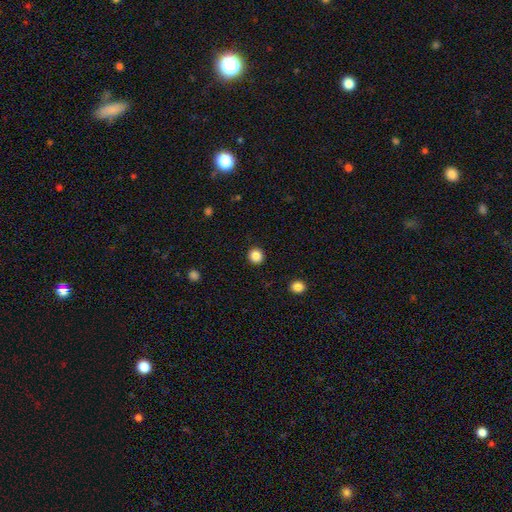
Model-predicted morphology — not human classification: This appears to be a smooth galaxy with no disk features (86%) that is round (93%). Merging: none (92%).